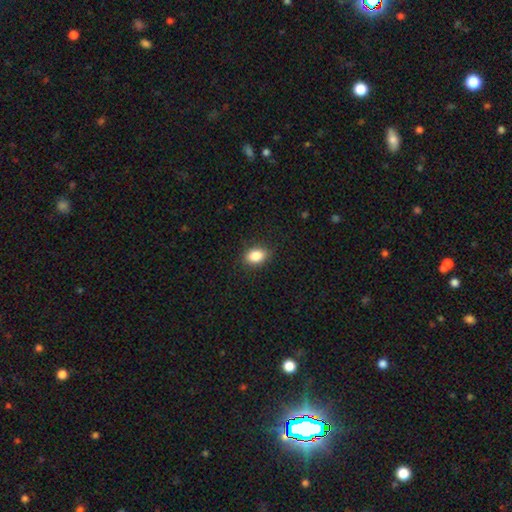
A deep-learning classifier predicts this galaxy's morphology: type=smooth (86%); roundness=in between (81%); merging=none (86%).